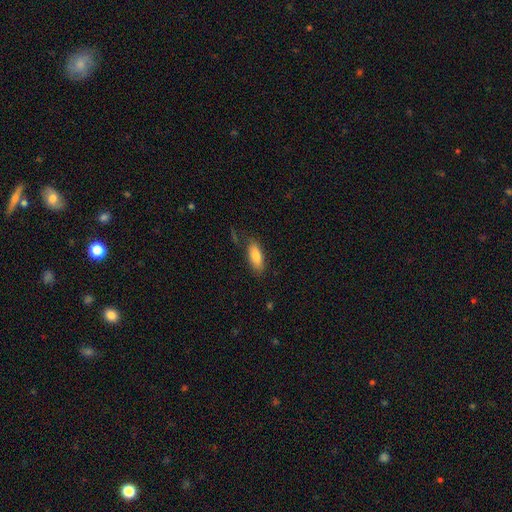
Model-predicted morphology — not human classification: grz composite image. It shows a smooth galaxy with no disk features (81%) that is in between round and cigar-shaped (79%). Merging: none (77%).